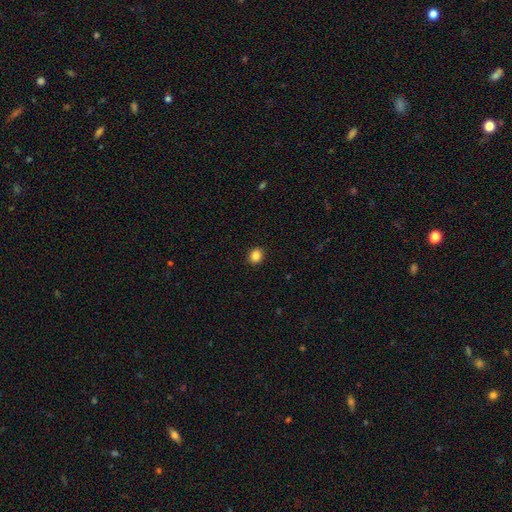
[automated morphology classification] smooth 86%, star or artifact 10%, featured or disk 4%. Down the decision tree: how rounded — round (76%); merging — none (92%).